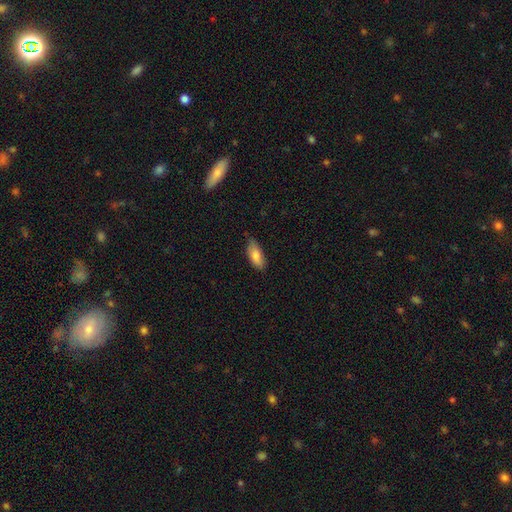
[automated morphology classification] Smooth or featured?
  - smooth: 82% *
  - featured or disk: 12%
  - star or artifact: 6%
How rounded?
  - in between: 83% *
  - cigar-shaped: 15%
  - round: 2%
Merging?
  - none: 72% *
  - minor disturbance: 23%
  - major disturbance: 3%
  - merger: 1%